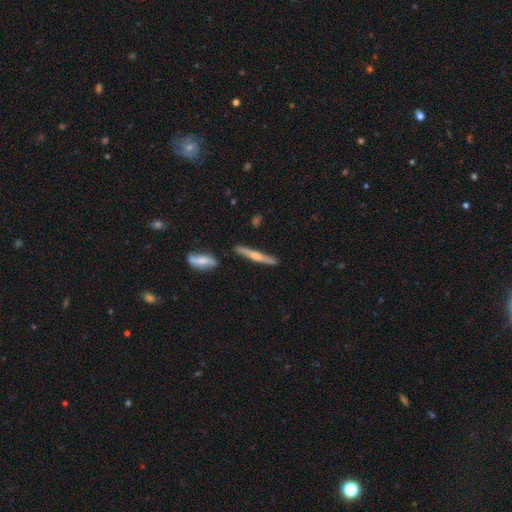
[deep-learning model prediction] smooth_or_featured: featured or disk (p=0.57) [alt: smooth p=0.37]
disk_edge_on: yes (p=0.96) [alt: no p=0.04]
edge_on_bulge: rounded (p=0.79) [alt: none p=0.14]
merging: none (p=0.86) [alt: minor disturbance p=0.09]